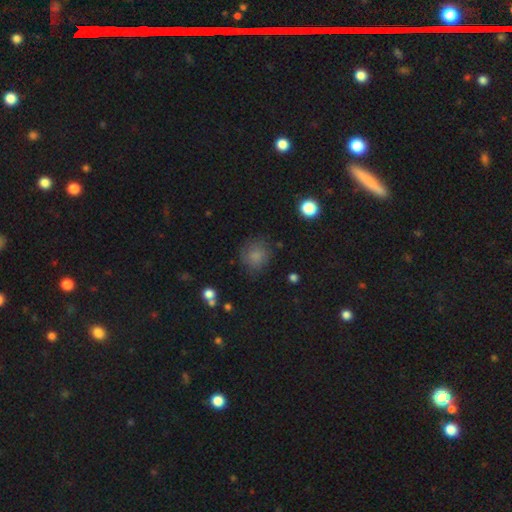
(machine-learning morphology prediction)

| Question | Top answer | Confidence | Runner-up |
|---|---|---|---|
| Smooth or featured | smooth | 79% | star or artifact (11%) |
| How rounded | round | 85% | in between (14%) |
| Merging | none | 75% | minor disturbance (17%) |